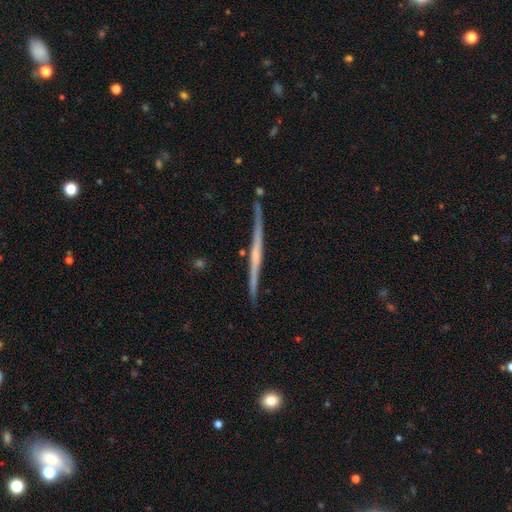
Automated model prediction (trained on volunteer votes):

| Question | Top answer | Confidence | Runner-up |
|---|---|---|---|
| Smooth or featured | featured or disk | 76% | smooth (19%) |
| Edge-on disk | yes | 98% | no (2%) |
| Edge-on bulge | none | 62% | rounded (29%) |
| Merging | none | 87% | minor disturbance (9%) |